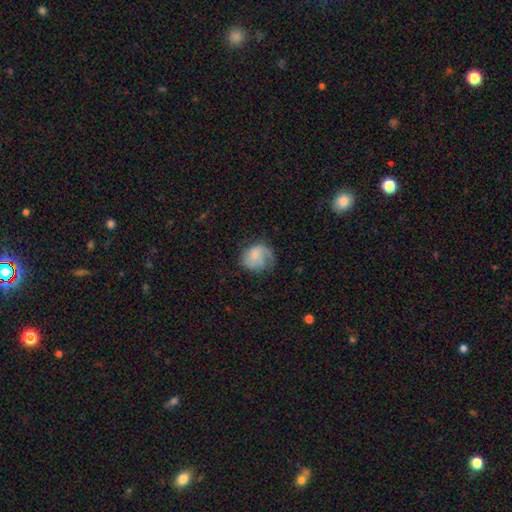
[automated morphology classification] Smooth or featured: featured or disk — 47% (smooth — 46%)
Merging: none — 47% (minor disturbance — 27%)